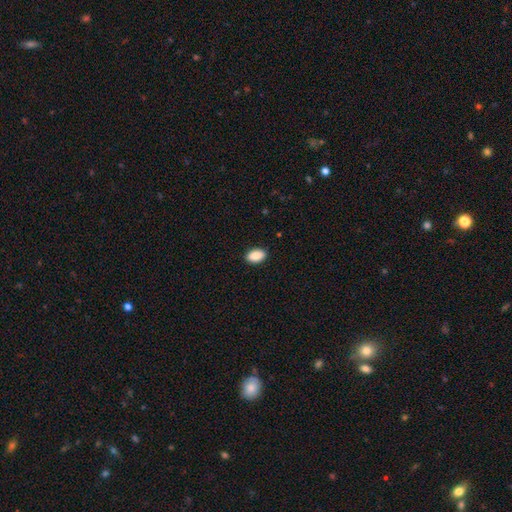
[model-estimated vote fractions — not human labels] Smooth or featured? smooth (89%)
How rounded? in between (91%)
Merging? none (90%)